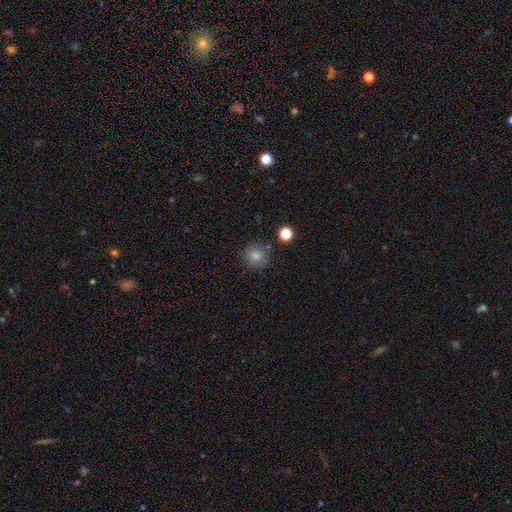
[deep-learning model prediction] Smooth or featured: smooth — 79% (star or artifact — 13%)
How rounded: round — 85% (in between — 14%)
Merging: none — 79% (minor disturbance — 13%)